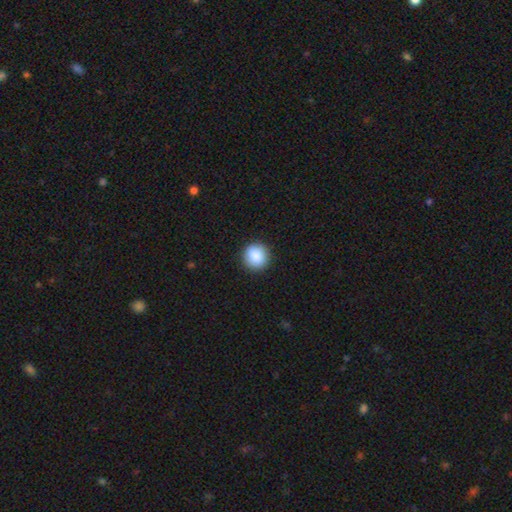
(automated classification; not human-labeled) smooth-or-featured: smooth: 88% | star or artifact: 8% | featured or disk: 4%
  how-rounded: round: 90% | in between: 9% | cigar-shaped: 1%
  merging: none: 90% | minor disturbance: 7% | major disturbance: 2% | merger: 1%